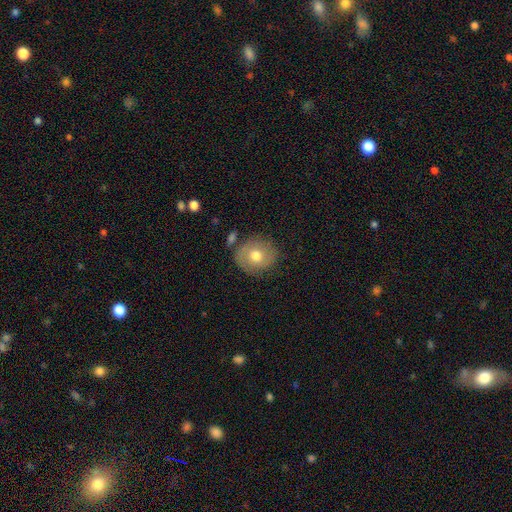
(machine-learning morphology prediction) A smooth galaxy with no disk features (67%) that is round (79%).

Vote fractions:
- Smooth or featured? smooth: 67% / featured or disk: 25% / star or artifact: 8%
- How rounded? round: 79% / in between: 20% / cigar-shaped: 1%
- Merging? none: 77% / minor disturbance: 14% / merger: 5% / major disturbance: 4%